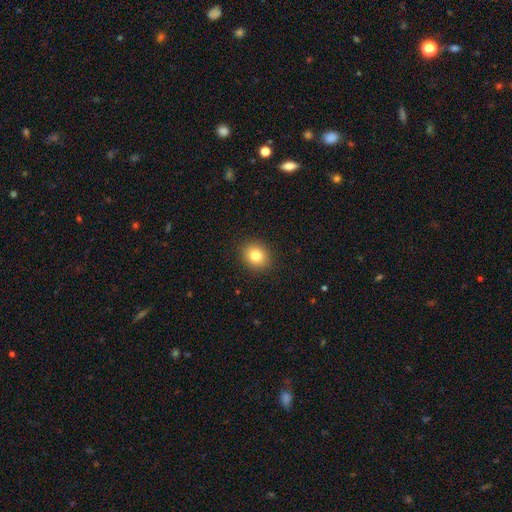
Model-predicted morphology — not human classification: A smooth galaxy with no disk features (82%) that is round (69%). Merging: none (90%).